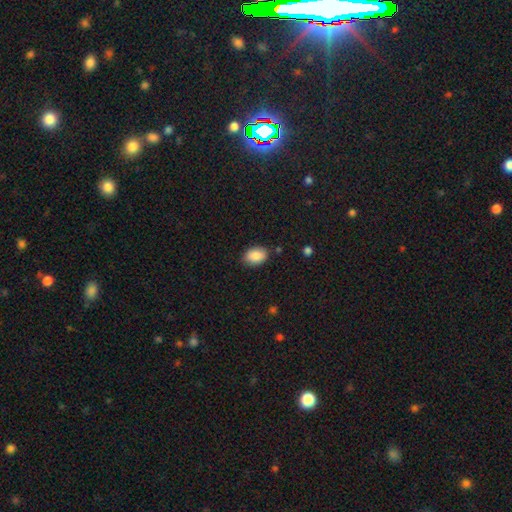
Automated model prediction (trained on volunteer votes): Smooth or featured? smooth (88%)
How rounded? in between (86%)
Merging? none (84%)